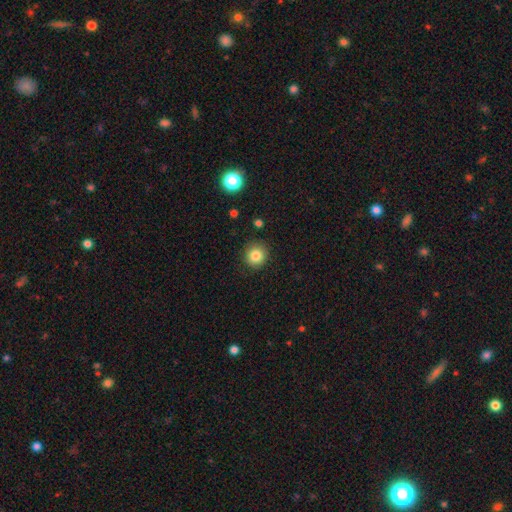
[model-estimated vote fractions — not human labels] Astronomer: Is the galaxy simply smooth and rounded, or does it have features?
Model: smooth — 84%.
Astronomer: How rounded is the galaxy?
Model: round — 91%.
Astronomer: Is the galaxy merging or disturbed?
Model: none — 89%.